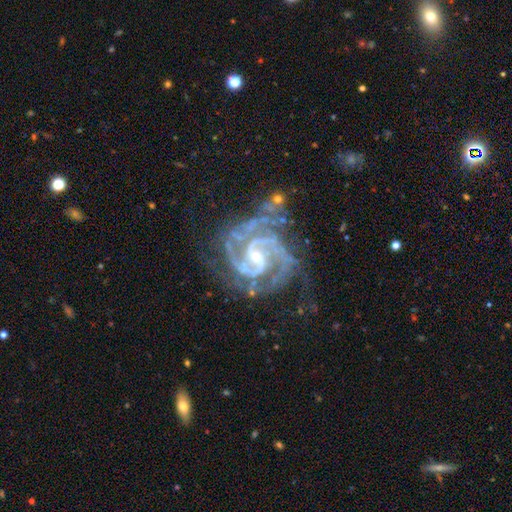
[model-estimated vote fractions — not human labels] Smooth or featured?
  - featured or disk: 93% *
  - star or artifact: 5%
  - smooth: 2%
Edge-on disk?
  - no: 98% *
  - yes: 2%
Bar?
  - weak: 45% *
  - no: 34%
  - strong: 21%
Spiral arms?
  - yes: 99% *
  - no: 1%
Spiral winding?
  - tight: 52% *
  - medium: 43%
  - loose: 5%
Spiral arm count?
  - 2: 52% *
  - 3: 23%
  - can't tell: 9%
  - 4: 7%
  - more than 4: 5%
  - 1: 5%
Bulge size?
  - small: 66% *
  - moderate: 30%
  - none: 2%
  - large: 1%
  - dominant: 1%
Merging?
  - none: 57% *
  - minor disturbance: 23%
  - major disturbance: 17%
  - merger: 3%